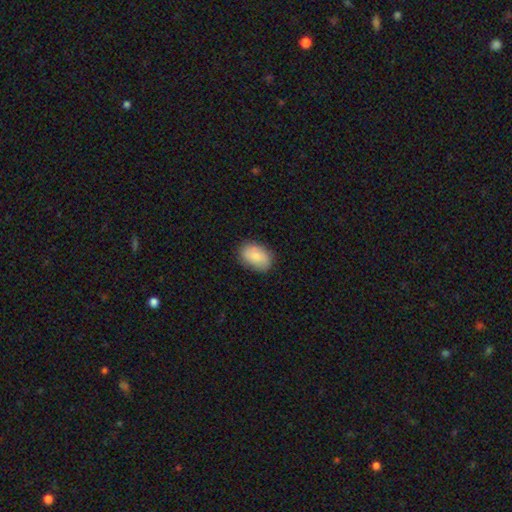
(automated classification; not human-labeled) smooth-or-featured: smooth: 75% | featured or disk: 18% | star or artifact: 6%
  how-rounded: in between: 84% | round: 15% | cigar-shaped: 1%
  merging: none: 81% | minor disturbance: 14% | major disturbance: 3% | merger: 1%